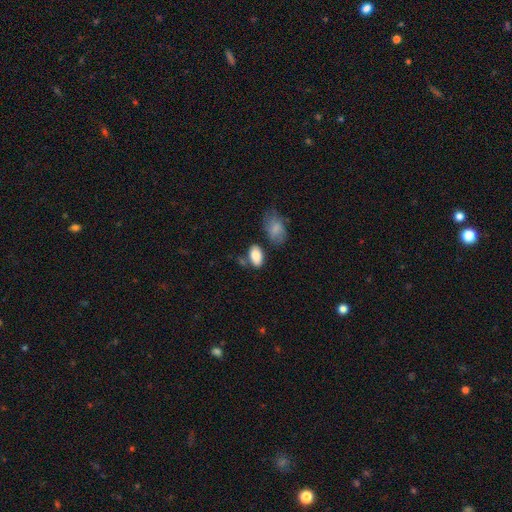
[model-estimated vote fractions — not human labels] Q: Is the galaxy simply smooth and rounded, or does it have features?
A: smooth — 85%.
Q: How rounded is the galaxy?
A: in between — 92%.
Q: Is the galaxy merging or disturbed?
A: none — 60%.